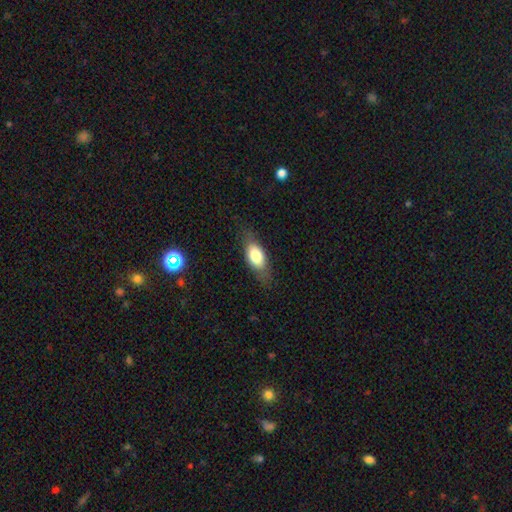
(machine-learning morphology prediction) A smooth galaxy with no disk features (71%) that is in between round and cigar-shaped (81%).

Vote fractions:
- Smooth or featured? smooth: 71% / featured or disk: 22% / star or artifact: 7%
- How rounded? in between: 81% / cigar-shaped: 14% / round: 6%
- Merging? none: 76% / minor disturbance: 17% / major disturbance: 6% / merger: 1%